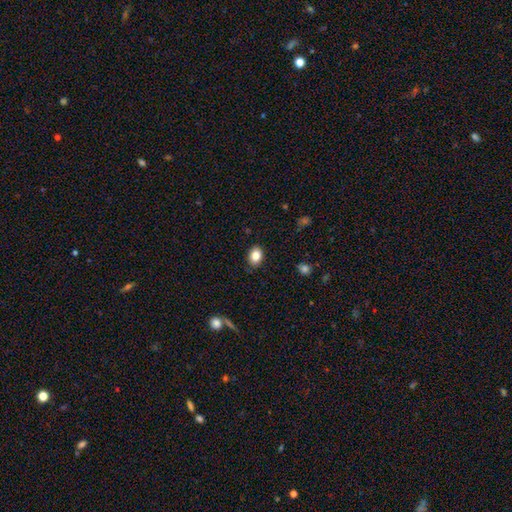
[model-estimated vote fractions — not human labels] smooth 85%, star or artifact 9%, featured or disk 6%. Down the decision tree: how rounded — in between (67%); merging — none (86%).